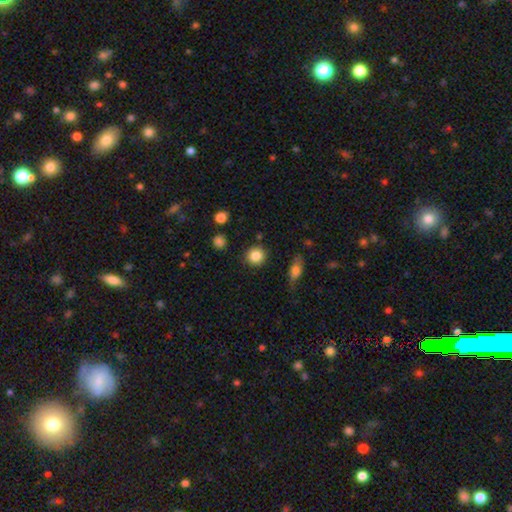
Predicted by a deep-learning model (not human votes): Smooth or featured?
  - smooth: 85% *
  - star or artifact: 9%
  - featured or disk: 5%
How rounded?
  - round: 90% *
  - in between: 9%
  - cigar-shaped: 1%
Merging?
  - none: 87% *
  - minor disturbance: 8%
  - merger: 2%
  - major disturbance: 2%